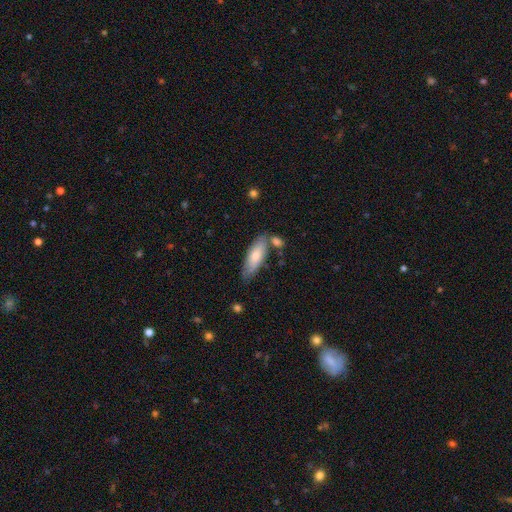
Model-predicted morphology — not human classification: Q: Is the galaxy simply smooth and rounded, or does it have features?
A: smooth — 73%.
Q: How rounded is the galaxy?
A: in between — 58%.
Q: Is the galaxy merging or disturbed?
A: none — 66%.